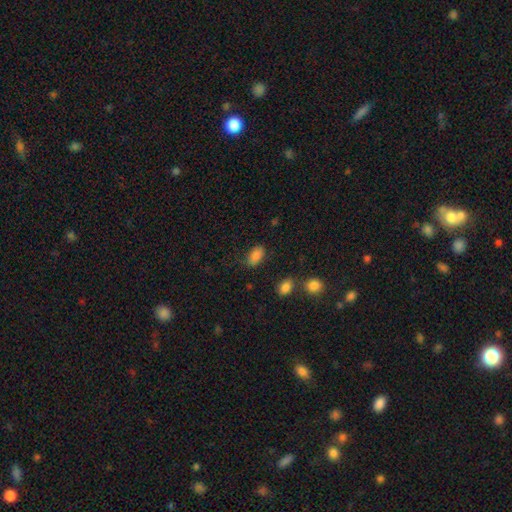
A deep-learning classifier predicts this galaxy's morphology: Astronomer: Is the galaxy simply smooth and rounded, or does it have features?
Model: smooth — 86%.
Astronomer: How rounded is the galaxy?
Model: in between — 92%.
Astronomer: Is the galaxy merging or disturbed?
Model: none — 75%.